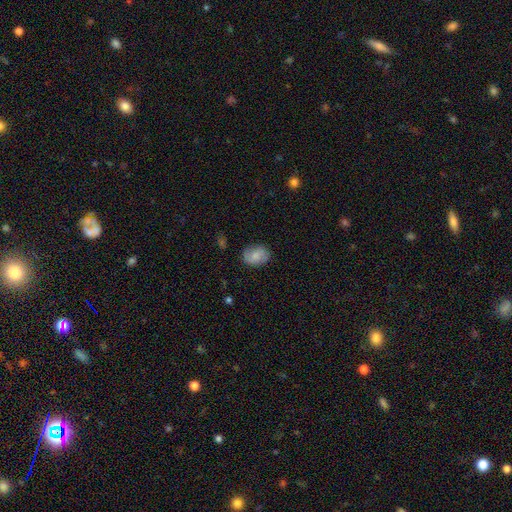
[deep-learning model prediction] smooth-or-featured: smooth: 65% | featured or disk: 26% | star or artifact: 8%
  how-rounded: in between: 60% | round: 39% | cigar-shaped: 1%
  merging: none: 77% | minor disturbance: 17% | major disturbance: 5% | merger: 1%